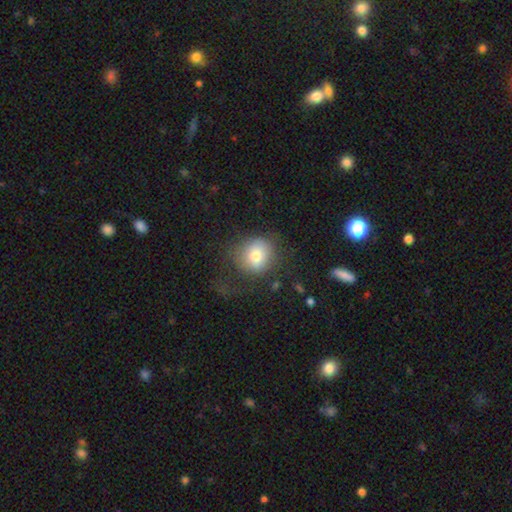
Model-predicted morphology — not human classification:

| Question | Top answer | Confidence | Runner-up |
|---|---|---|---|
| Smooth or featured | smooth | 74% | featured or disk (16%) |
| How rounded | round | 82% | in between (17%) |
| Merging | none | 56% | major disturbance (23%) |